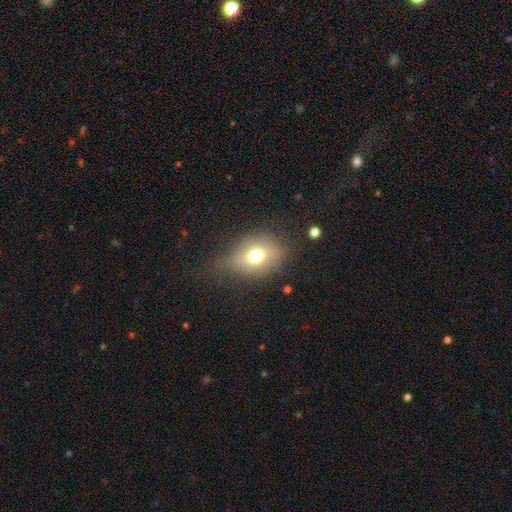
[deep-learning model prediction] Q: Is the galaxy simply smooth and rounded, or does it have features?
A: smooth — 68%.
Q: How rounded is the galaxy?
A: in between — 60%.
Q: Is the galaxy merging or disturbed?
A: none — 56%.